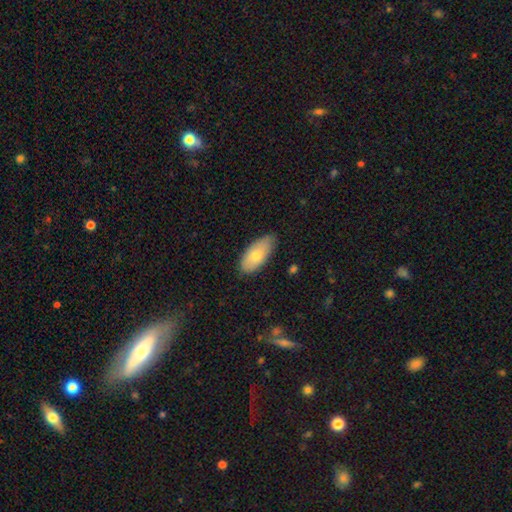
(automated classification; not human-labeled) Smooth or featured: smooth — 74% (featured or disk — 20%)
How rounded: in between — 90% (cigar-shaped — 8%)
Merging: none — 81% (minor disturbance — 15%)